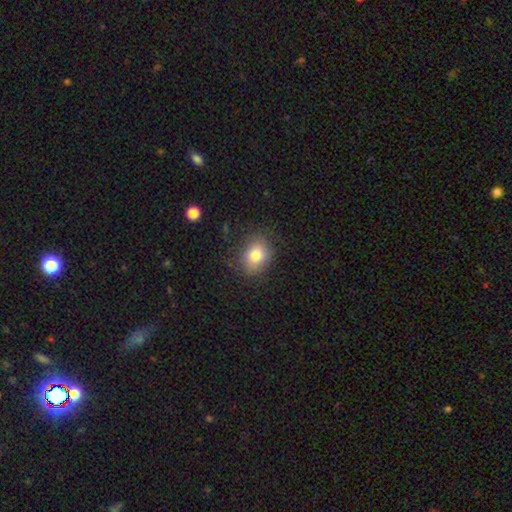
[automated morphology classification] Smooth or featured?
  - smooth: 79% *
  - featured or disk: 11%
  - star or artifact: 10%
How rounded?
  - in between: 51% *
  - round: 48%
  - cigar-shaped: 1%
Merging?
  - none: 79% *
  - minor disturbance: 15%
  - major disturbance: 5%
  - merger: 1%